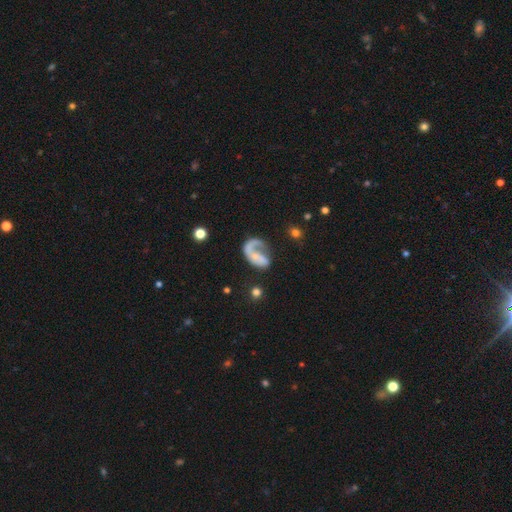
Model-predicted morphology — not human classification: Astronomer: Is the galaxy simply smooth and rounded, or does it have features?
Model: featured or disk — 65%.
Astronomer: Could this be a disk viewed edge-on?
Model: no — 97%.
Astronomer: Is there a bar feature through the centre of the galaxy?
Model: no — 72%.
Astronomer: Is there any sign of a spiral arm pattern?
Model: yes — 73%.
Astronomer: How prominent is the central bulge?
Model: small — 43% (runner-up: none, 40%).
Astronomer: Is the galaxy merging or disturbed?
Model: major disturbance — 46% (runner-up: none, 30%).